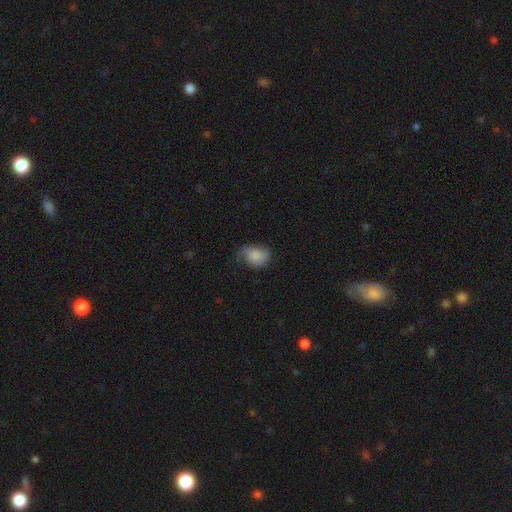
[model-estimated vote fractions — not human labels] smooth-or-featured: smooth: 78% | featured or disk: 14% | star or artifact: 8%
  how-rounded: in between: 67% | round: 32% | cigar-shaped: 1%
  merging: none: 44% | minor disturbance: 36% | major disturbance: 18% | merger: 2%